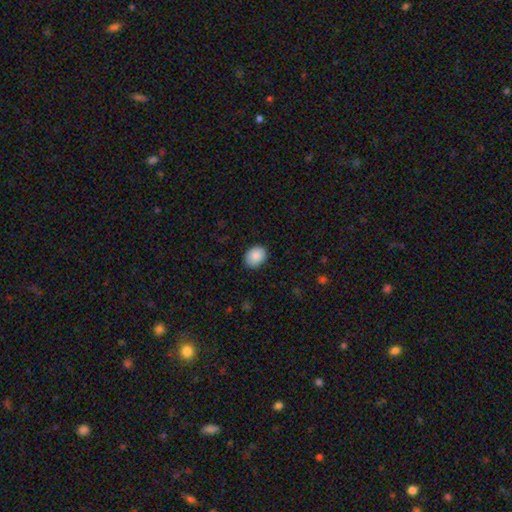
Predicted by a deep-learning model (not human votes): Smooth or featured: smooth — 89% (star or artifact — 7%)
How rounded: in between — 54% (round — 45%)
Merging: none — 88% (minor disturbance — 10%)